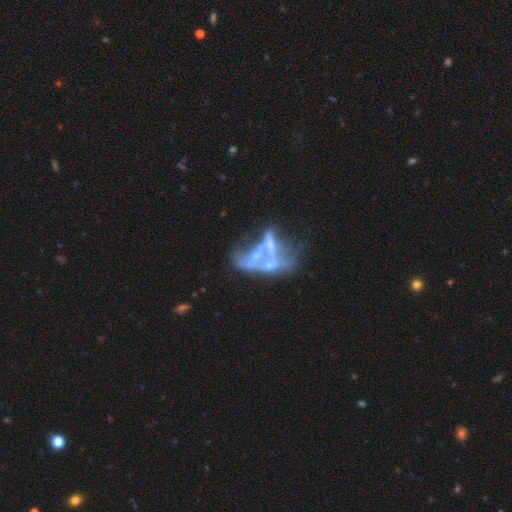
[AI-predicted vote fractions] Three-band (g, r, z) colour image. It shows a featured or disk galaxy (65%) with no bar (85%), no spiral arms (87%) and no central bulge (44%). Merging: merger (52%).